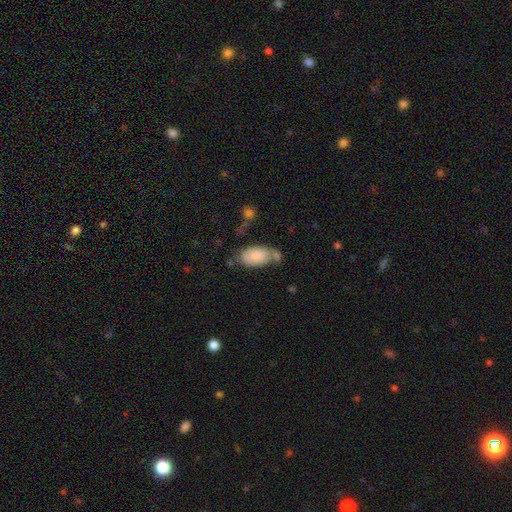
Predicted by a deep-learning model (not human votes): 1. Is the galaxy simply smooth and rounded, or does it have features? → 82% smooth, 12% featured or disk, 7% star or artifact.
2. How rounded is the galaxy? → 94% in between, 3% round, 3% cigar-shaped.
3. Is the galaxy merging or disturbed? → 49% none, 23% minor disturbance, 19% merger, 9% major disturbance.